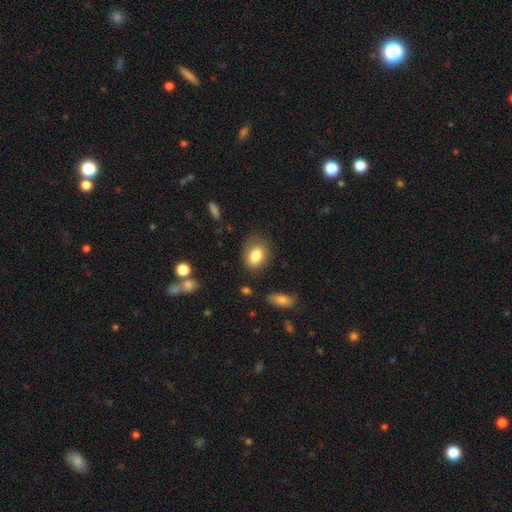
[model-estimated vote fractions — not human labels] Smooth or featured: smooth — 82% (featured or disk — 10%)
How rounded: in between — 73% (round — 25%)
Merging: none — 72% (minor disturbance — 19%)